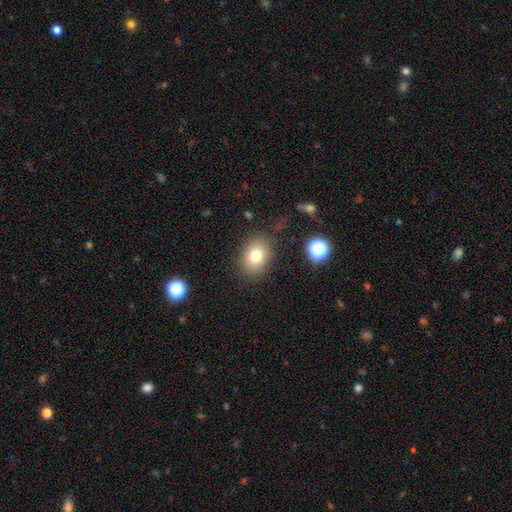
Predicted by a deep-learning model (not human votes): smooth-or-featured: smooth: 78% | star or artifact: 11% | featured or disk: 11%
  how-rounded: in between: 60% | round: 39% | cigar-shaped: 1%
  merging: none: 83% | minor disturbance: 11% | major disturbance: 4% | merger: 2%